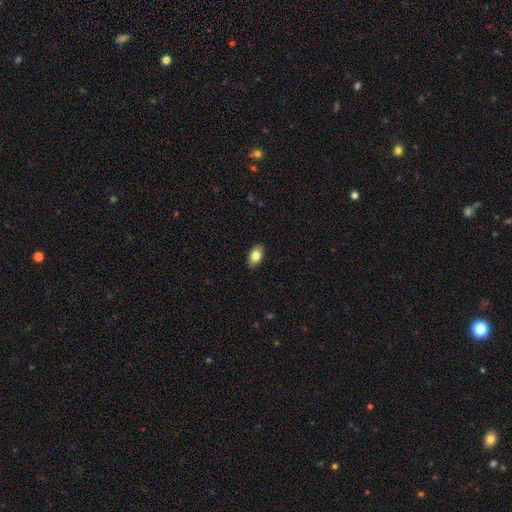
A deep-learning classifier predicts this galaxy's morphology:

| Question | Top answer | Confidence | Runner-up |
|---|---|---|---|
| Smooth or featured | smooth | 82% | featured or disk (11%) |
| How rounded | in between | 92% | round (6%) |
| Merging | none | 89% | minor disturbance (9%) |